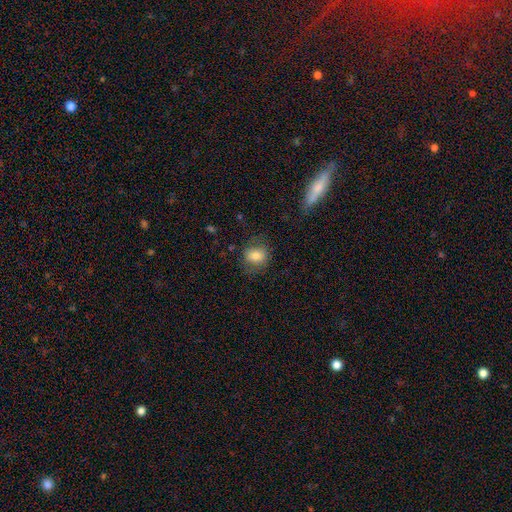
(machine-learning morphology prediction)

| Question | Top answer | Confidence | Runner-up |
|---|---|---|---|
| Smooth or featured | smooth | 76% | featured or disk (14%) |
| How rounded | round | 58% | in between (41%) |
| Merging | none | 71% | minor disturbance (18%) |